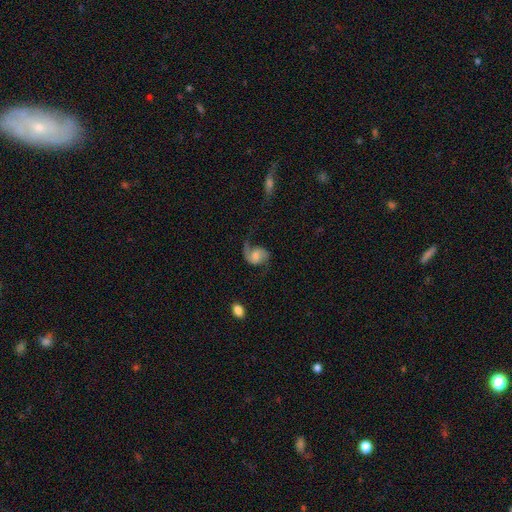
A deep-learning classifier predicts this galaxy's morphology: type=featured or disk (81%); edge-on=no (98%); bar=no (57%); spiral arms=yes (96%); winding=loose (49%); arm count=2 (78%); bulge=moderate (38%); merging=none (58%).